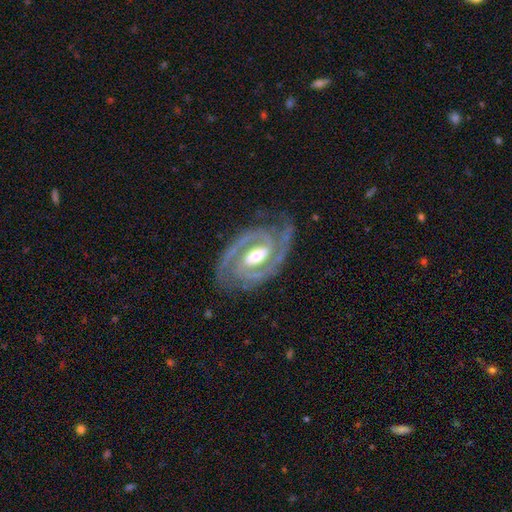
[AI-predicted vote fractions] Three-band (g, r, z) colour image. It shows a featured or disk galaxy (92%) with a weak bar (41%), 2 (91%) tight (54%) spiral arms (98%) and a moderate central bulge (70%). Merging: none (81%).